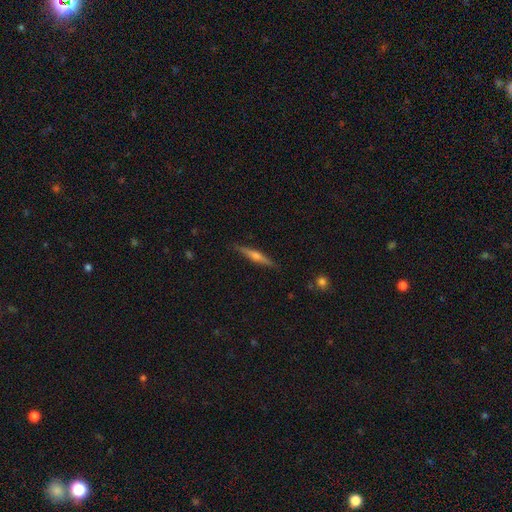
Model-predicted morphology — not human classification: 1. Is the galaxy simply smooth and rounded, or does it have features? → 65% featured or disk, 29% smooth, 6% star or artifact.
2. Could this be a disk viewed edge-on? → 97% yes, 3% no.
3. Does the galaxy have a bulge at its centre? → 84% rounded, 10% none, 6% boxy.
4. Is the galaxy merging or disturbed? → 89% none, 8% minor disturbance, 2% major disturbance, 1% merger.